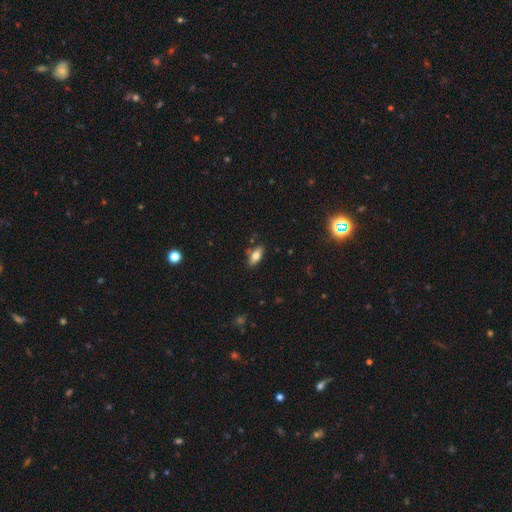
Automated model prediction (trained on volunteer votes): Q: Smooth or featured?
A: smooth (74%); runner-up: featured or disk (19%)
Q: How rounded?
A: in between (84%); runner-up: cigar-shaped (13%)
Q: Merging?
A: none (80%); runner-up: minor disturbance (13%)